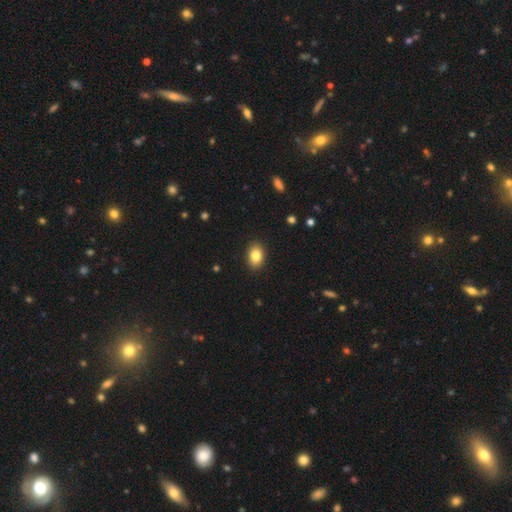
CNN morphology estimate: Smooth or featured? Predicted: smooth (p=0.84). How rounded? Predicted: in between (p=0.82). Merging? Predicted: none (p=0.90).